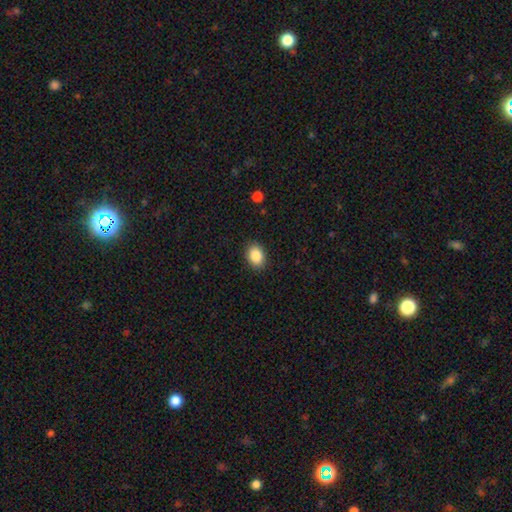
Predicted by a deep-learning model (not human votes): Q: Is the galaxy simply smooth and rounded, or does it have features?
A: smooth — 88%.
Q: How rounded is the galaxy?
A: in between — 73%.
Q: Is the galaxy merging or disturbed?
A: none — 89%.